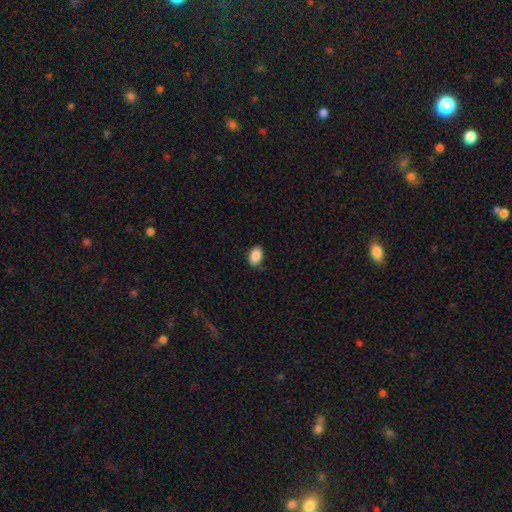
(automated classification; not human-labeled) Smooth or featured? smooth (89%)
How rounded? in between (85%)
Merging? none (80%)